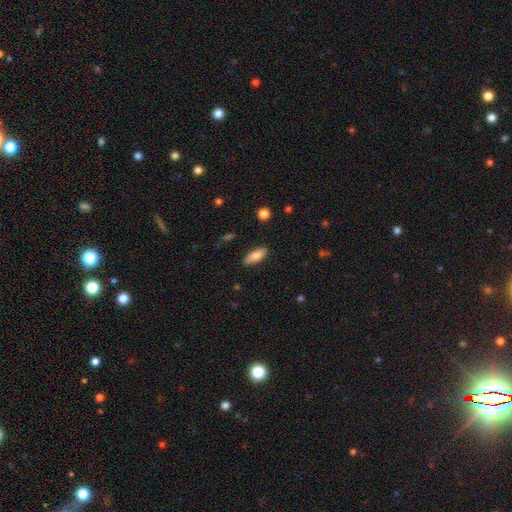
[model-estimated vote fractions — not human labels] Smooth or featured? Predicted: smooth (p=0.83). How rounded? Predicted: in between (p=0.69). Merging? Predicted: none (p=0.87).